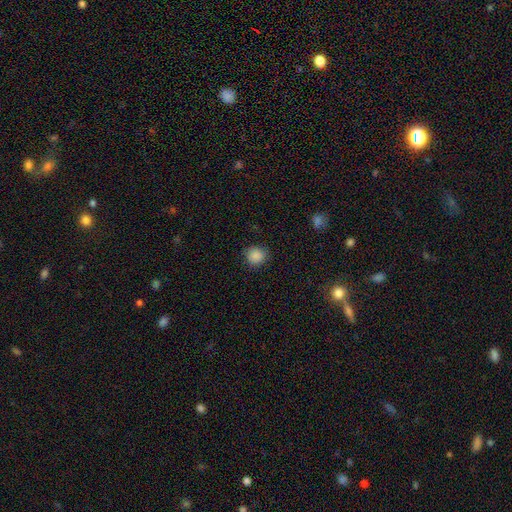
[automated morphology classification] smooth-or-featured: smooth: 88% | star or artifact: 10% | featured or disk: 3%
  how-rounded: round: 89% | in between: 10% | cigar-shaped: 1%
  merging: none: 87% | minor disturbance: 10% | major disturbance: 3% | merger: 1%